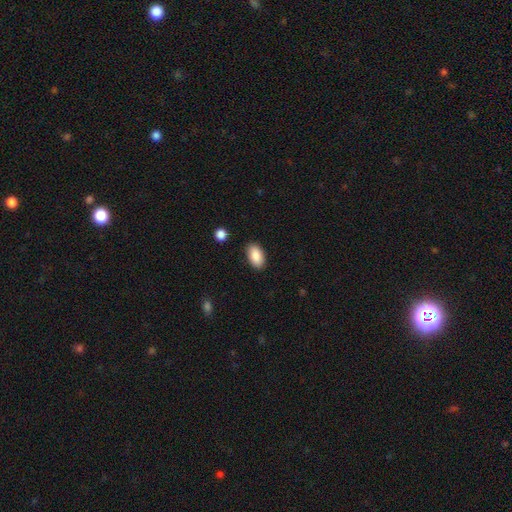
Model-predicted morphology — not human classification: smooth-or-featured: smooth: 89% | star or artifact: 7% | featured or disk: 5%
  how-rounded: in between: 94% | round: 4% | cigar-shaped: 2%
  merging: none: 88% | minor disturbance: 9% | major disturbance: 2% | merger: 1%